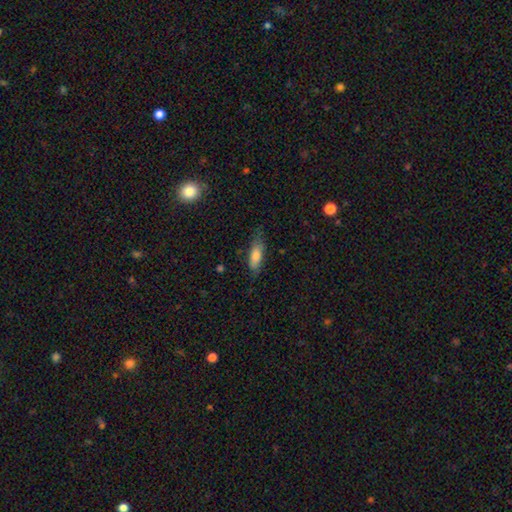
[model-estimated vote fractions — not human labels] Morphology: type=smooth (75%); roundness=in between (61%); merging=none (66%).